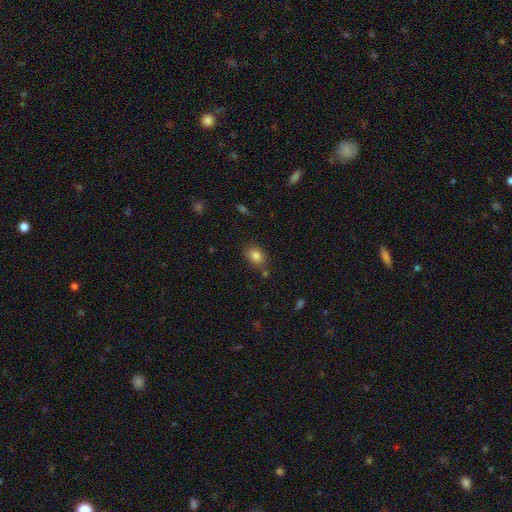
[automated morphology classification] Smooth or featured? Predicted: smooth (p=0.83). How rounded? Predicted: in between (p=0.65). Merging? Predicted: none (p=0.76).